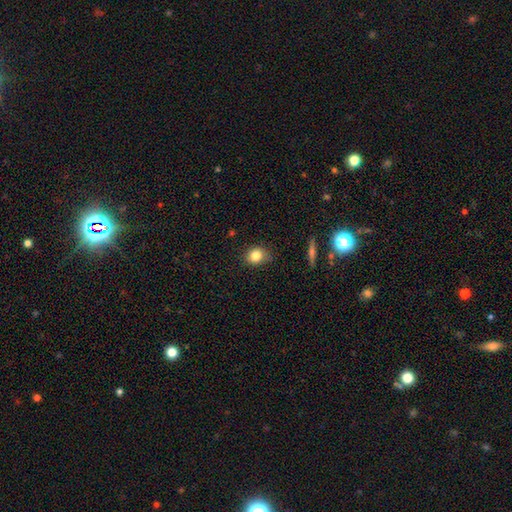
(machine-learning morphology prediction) Overall: smooth (82%). How rounded: round (68%; in between 31%). Merging: none (80%).